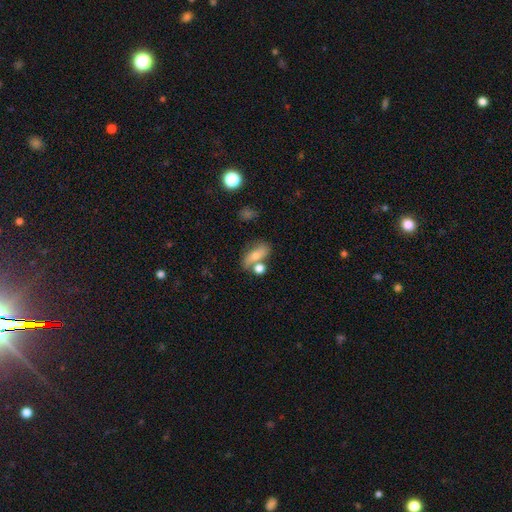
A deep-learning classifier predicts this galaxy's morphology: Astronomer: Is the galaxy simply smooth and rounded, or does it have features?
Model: smooth — 66%.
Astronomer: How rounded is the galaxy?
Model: in between — 73%.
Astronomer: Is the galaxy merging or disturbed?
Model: none — 47% (runner-up: merger, 31%).